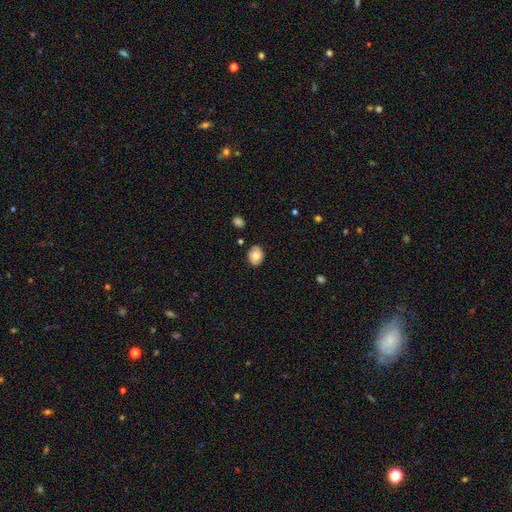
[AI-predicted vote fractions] smooth-or-featured: smooth: 78% | featured or disk: 14% | star or artifact: 8%
  how-rounded: in between: 60% | round: 39% | cigar-shaped: 1%
  merging: none: 82% | minor disturbance: 14% | major disturbance: 3% | merger: 2%